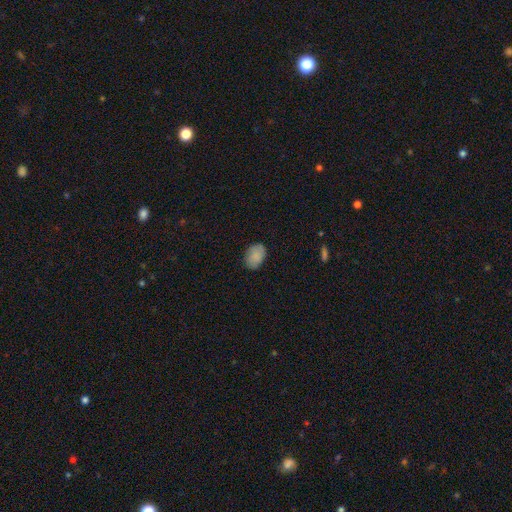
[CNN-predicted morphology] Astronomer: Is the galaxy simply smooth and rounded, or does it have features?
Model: smooth — 84%.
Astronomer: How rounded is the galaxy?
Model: in between — 80%.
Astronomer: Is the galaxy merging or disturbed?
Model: none — 82%.